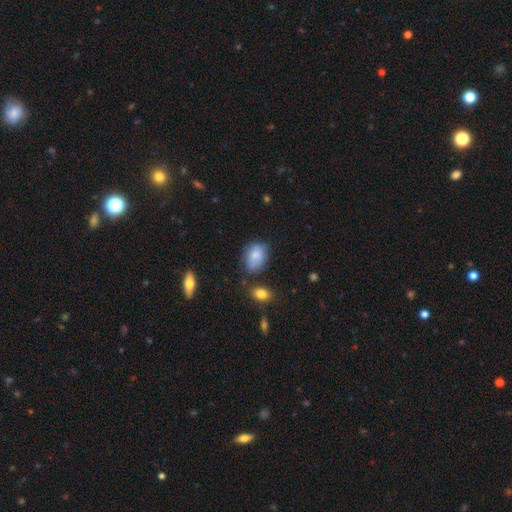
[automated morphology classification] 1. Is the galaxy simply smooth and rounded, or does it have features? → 77% smooth, 15% featured or disk, 8% star or artifact.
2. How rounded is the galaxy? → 77% in between, 22% round, 1% cigar-shaped.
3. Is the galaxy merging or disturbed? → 57% none, 31% minor disturbance, 8% major disturbance, 5% merger.